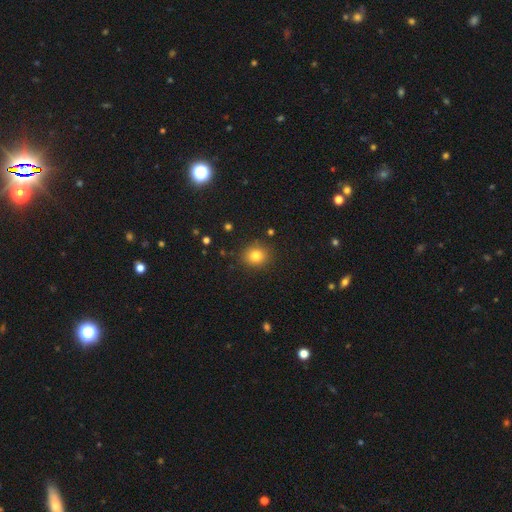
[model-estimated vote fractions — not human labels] A smooth galaxy with no disk features (81%) that is round (82%). Merging: none (88%).